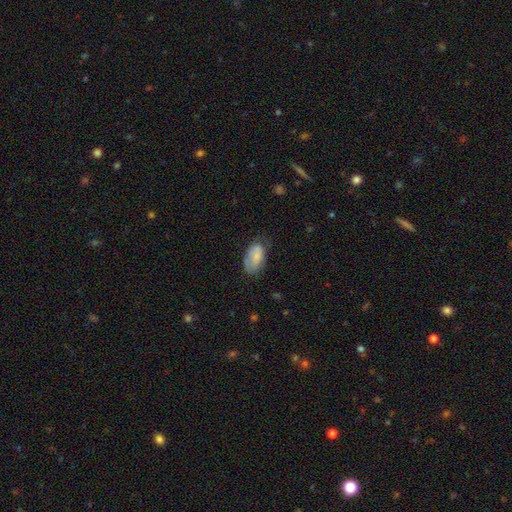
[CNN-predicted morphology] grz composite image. It shows a smooth galaxy with no disk features (76%) that is in between round and cigar-shaped (94%). Merging: none (54%).